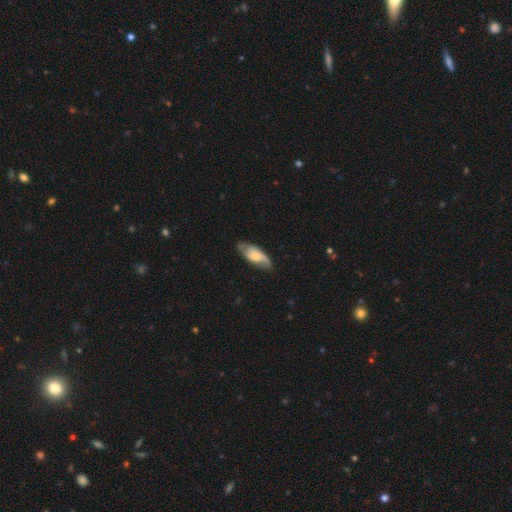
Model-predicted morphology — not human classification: This appears to be a featured or disk galaxy (60%) with no bar (64%), spiral arms (87%) and a moderate central bulge (53%). Merging: none (71%).